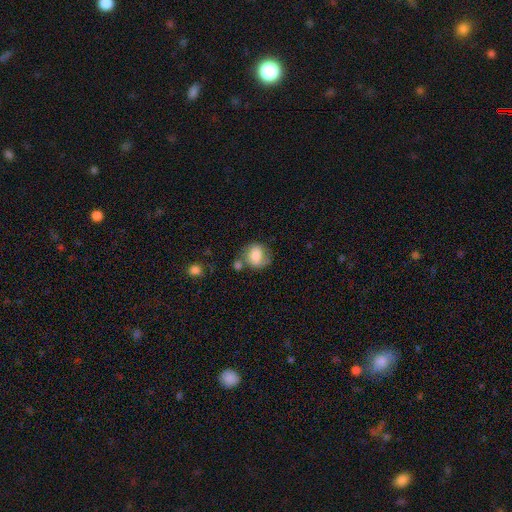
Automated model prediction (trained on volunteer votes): Morphology: type=smooth (71%); roundness=round (62%); merging=none (49%).